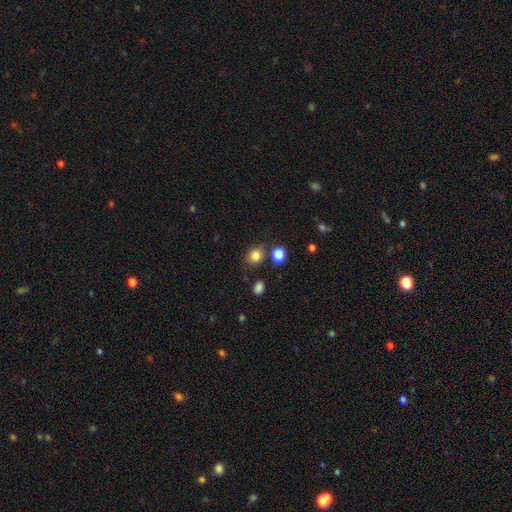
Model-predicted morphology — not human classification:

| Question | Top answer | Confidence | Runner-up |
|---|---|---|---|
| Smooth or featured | smooth | 82% | star or artifact (12%) |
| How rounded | round | 66% | in between (33%) |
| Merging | none | 76% | minor disturbance (13%) |